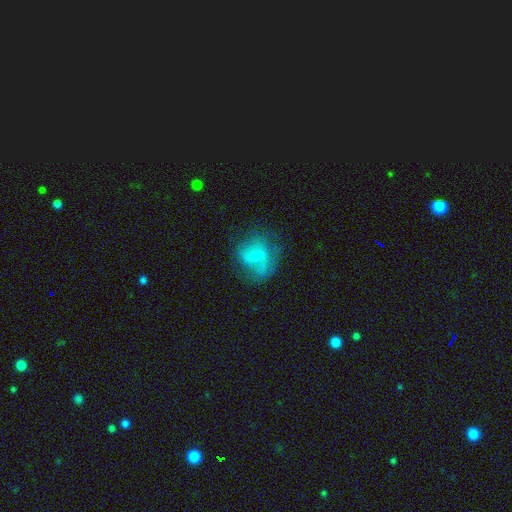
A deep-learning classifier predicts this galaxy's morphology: This appears to be a featured or disk galaxy (48%). Merging: none (52%).